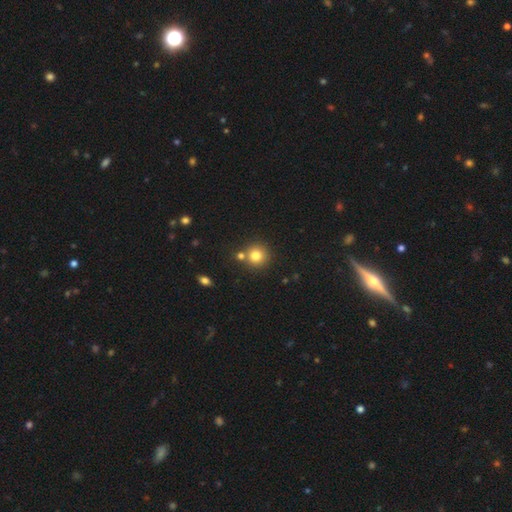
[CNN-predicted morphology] Q: Smooth or featured?
A: smooth (80%); runner-up: star or artifact (12%)
Q: How rounded?
A: round (92%); runner-up: in between (7%)
Q: Merging?
A: none (72%); runner-up: merger (18%)